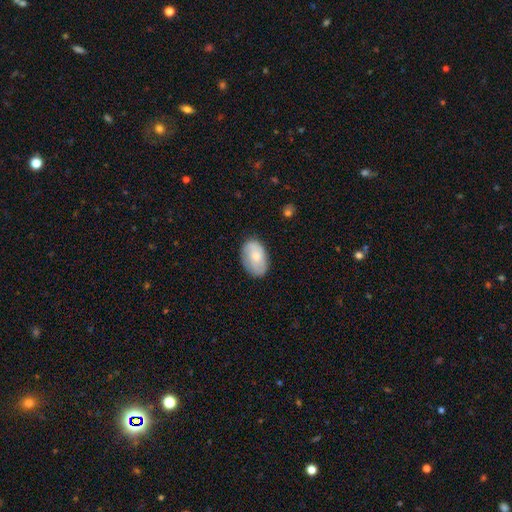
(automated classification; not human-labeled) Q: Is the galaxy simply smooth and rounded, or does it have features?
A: smooth — 67%.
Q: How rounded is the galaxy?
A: in between — 88%.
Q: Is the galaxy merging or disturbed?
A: none — 78%.